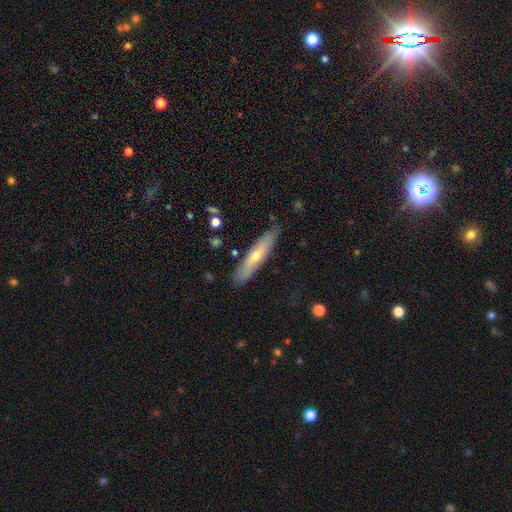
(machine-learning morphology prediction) type=smooth (51%); roundness=cigar-shaped (84%); merging=none (84%).